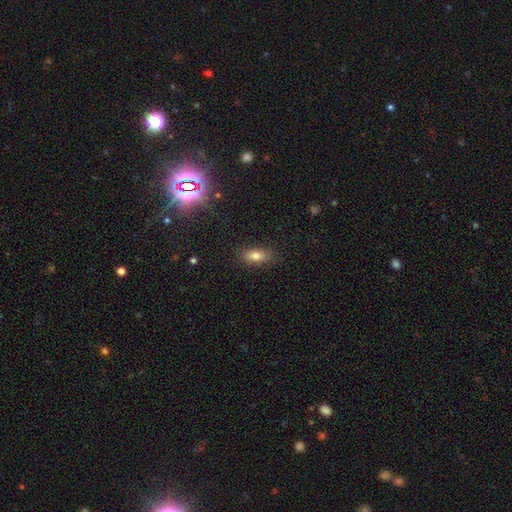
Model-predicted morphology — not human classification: This is likely a smooth galaxy (79%). How rounded: clearly in between (83%). Merging: clearly none (82%).